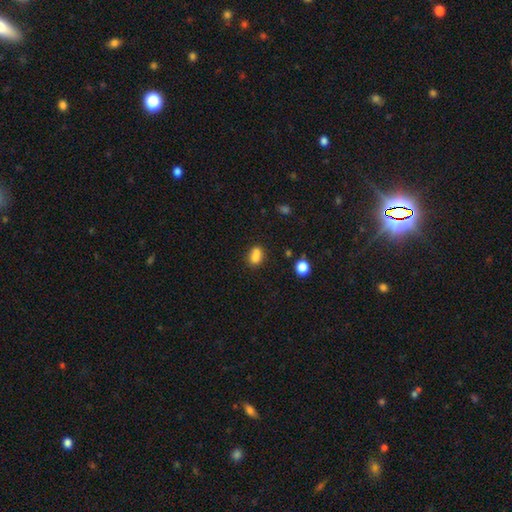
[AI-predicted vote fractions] Morphology: type=smooth (75%); roundness=in between (51%); merging=merger (49%).